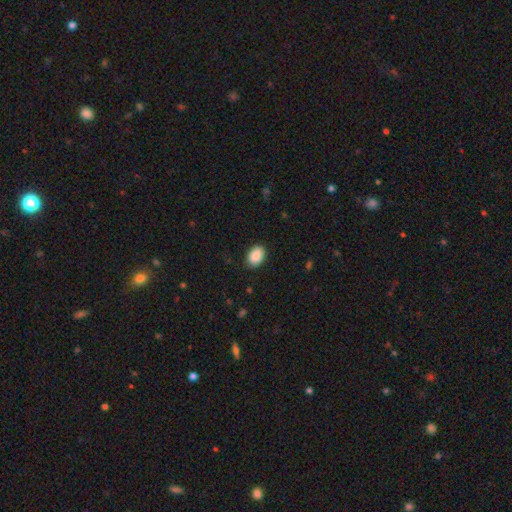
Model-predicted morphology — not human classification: This appears to be a smooth galaxy with no disk features (90%) that is in between round and cigar-shaped (82%). Merging: none (87%).